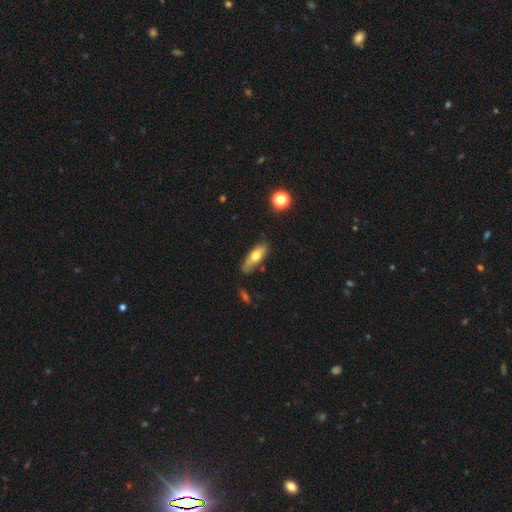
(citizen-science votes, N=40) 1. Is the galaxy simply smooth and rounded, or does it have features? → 70% smooth, 25% featured or disk, 5% star or artifact.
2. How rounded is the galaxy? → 64% cigar-shaped, 36% in between, 0% round.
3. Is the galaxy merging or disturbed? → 71% none, 26% minor disturbance, 3% merger, 0% major disturbance.